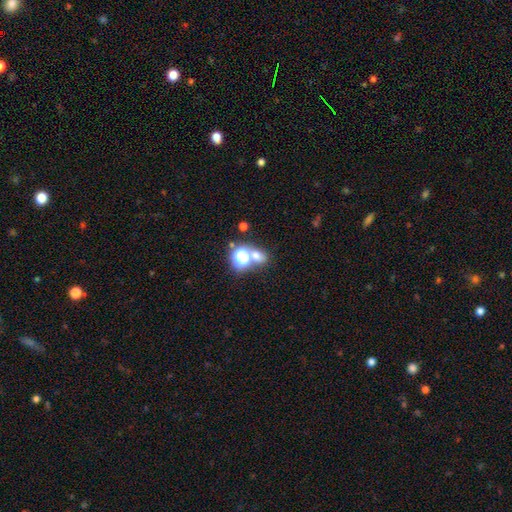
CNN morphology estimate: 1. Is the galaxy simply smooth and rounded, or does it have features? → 60% smooth, 31% star or artifact, 9% featured or disk.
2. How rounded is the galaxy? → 63% round, 36% in between, 1% cigar-shaped.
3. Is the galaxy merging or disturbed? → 55% none, 32% merger, 8% minor disturbance, 5% major disturbance.